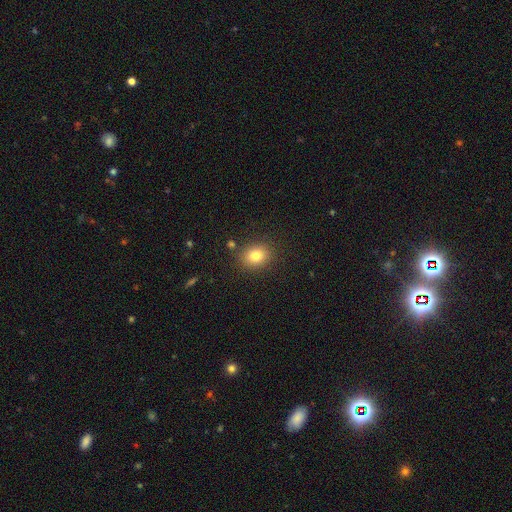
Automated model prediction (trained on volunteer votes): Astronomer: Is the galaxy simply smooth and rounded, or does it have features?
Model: smooth — 80%.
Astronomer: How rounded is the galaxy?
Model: round — 61% (runner-up: in between, 38%).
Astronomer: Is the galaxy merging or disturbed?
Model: none — 85%.